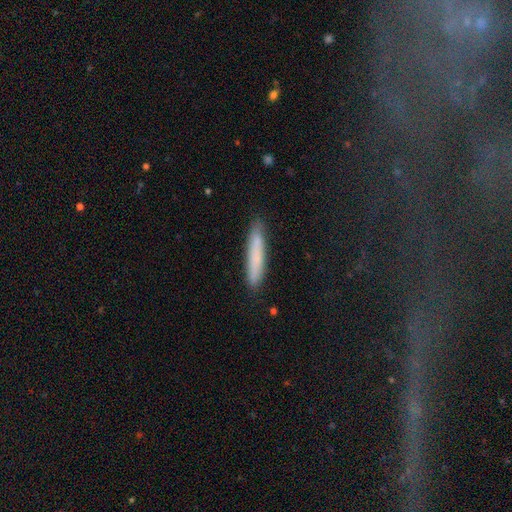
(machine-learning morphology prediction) Smooth or featured? Predicted: smooth (p=0.77). How rounded? Predicted: cigar-shaped (p=0.93). Merging? Predicted: none (p=0.88).